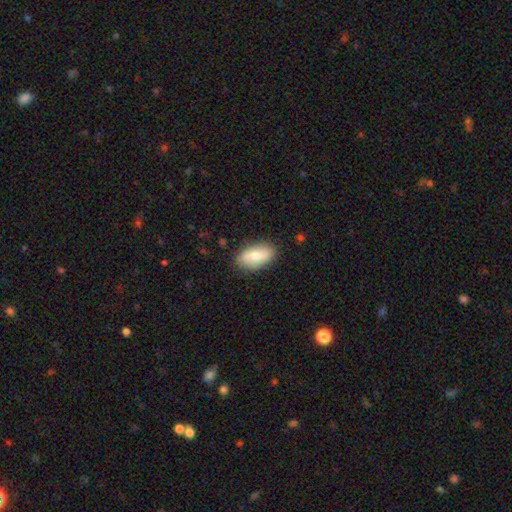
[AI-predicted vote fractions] Smooth or featured: smooth — 67% (featured or disk — 27%)
How rounded: in between — 90% (cigar-shaped — 6%)
Merging: none — 84% (minor disturbance — 12%)